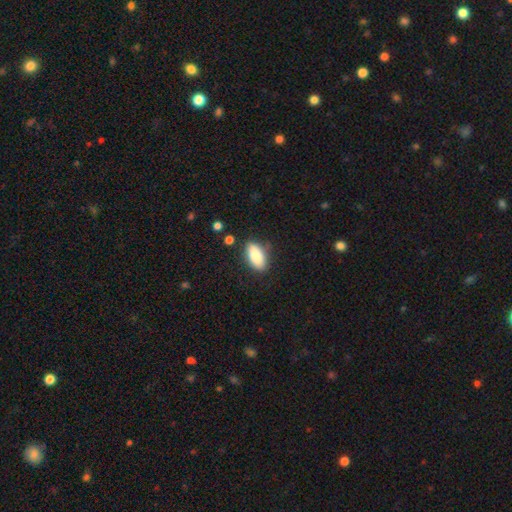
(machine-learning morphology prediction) smooth-or-featured: smooth: 88% | star or artifact: 6% | featured or disk: 6%
  how-rounded: in between: 90% | cigar-shaped: 7% | round: 3%
  merging: none: 82% | minor disturbance: 13% | major disturbance: 3% | merger: 2%